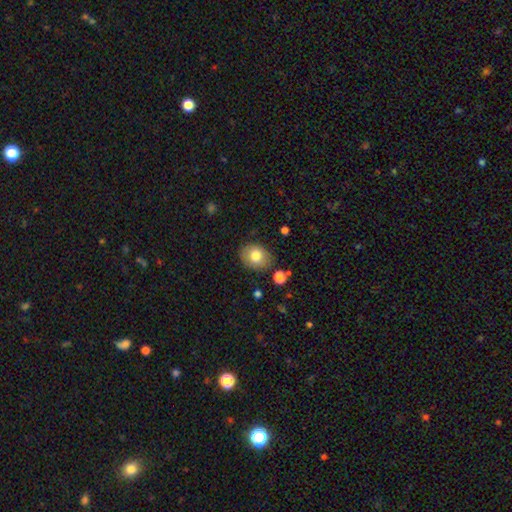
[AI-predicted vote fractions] smooth 78%, featured or disk 13%, star or artifact 8%. Down the decision tree: how rounded — in between (57%); merging — none (82%).